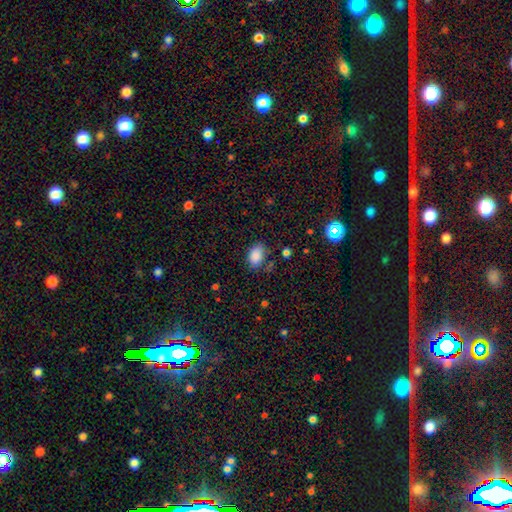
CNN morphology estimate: A smooth galaxy with no disk features (86%) that is in between round and cigar-shaped (85%). Merging: none (72%).